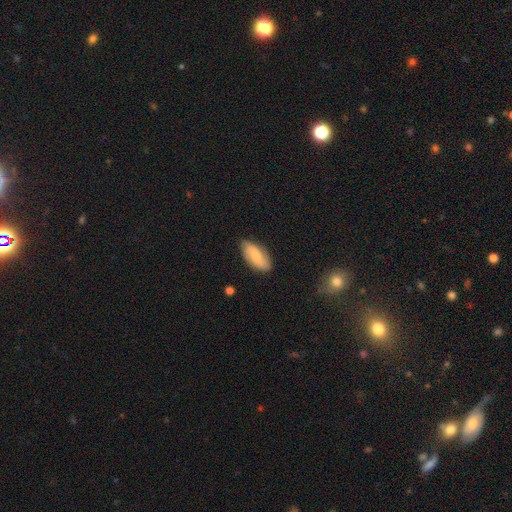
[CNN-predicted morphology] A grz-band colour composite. It shows a smooth galaxy with no disk features (66%) that is in between round and cigar-shaped (88%). Merging: none (82%).